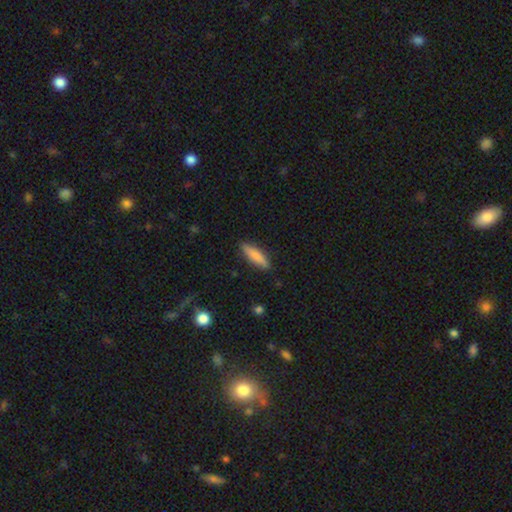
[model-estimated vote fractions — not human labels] smooth_or_featured: smooth (p=0.78) [alt: featured or disk p=0.16]
how_rounded: cigar-shaped (p=0.72) [alt: in between p=0.26]
merging: none (p=0.87) [alt: minor disturbance p=0.10]